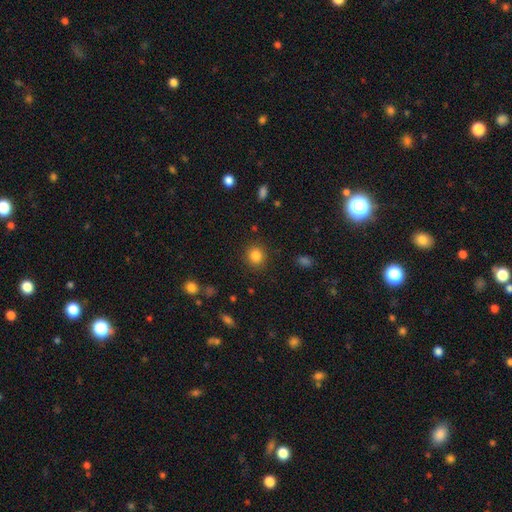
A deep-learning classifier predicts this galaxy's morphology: Overall: smooth (84%). How rounded: round (85%). Merging: none (89%).